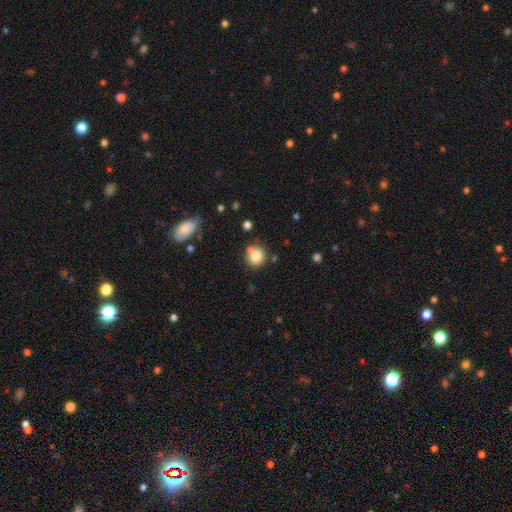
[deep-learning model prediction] Overall: smooth (82%). How rounded: round (87%). Merging: none (75%).